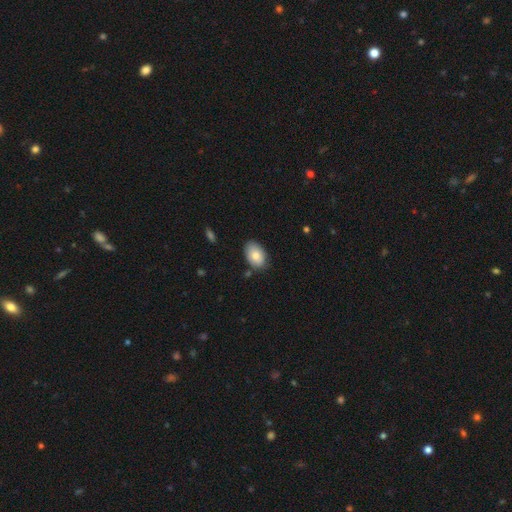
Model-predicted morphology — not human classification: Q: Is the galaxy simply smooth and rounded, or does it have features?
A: smooth — 82%.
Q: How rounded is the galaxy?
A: in between — 90%.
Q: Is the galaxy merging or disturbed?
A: none — 80%.